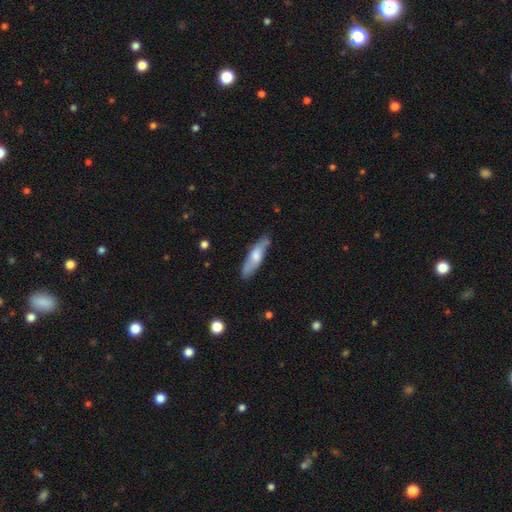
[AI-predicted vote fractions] Smooth or featured: smooth — 58% (featured or disk — 36%)
How rounded: cigar-shaped — 66% (in between — 32%)
Merging: none — 78% (minor disturbance — 17%)